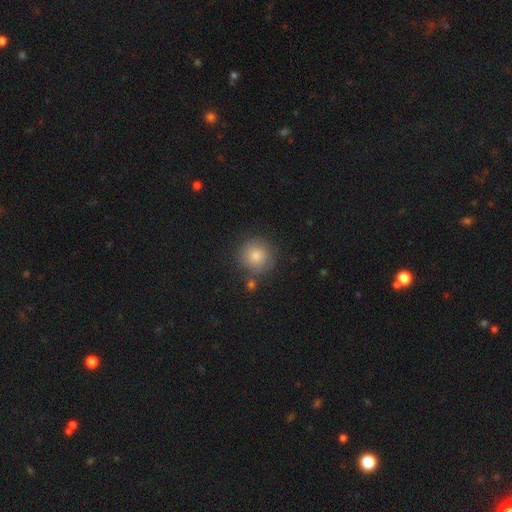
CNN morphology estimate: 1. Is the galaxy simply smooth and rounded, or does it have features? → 80% smooth, 11% star or artifact, 9% featured or disk.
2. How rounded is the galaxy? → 94% round, 5% in between, 1% cigar-shaped.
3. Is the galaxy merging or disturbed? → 82% none, 10% minor disturbance, 5% merger, 3% major disturbance.